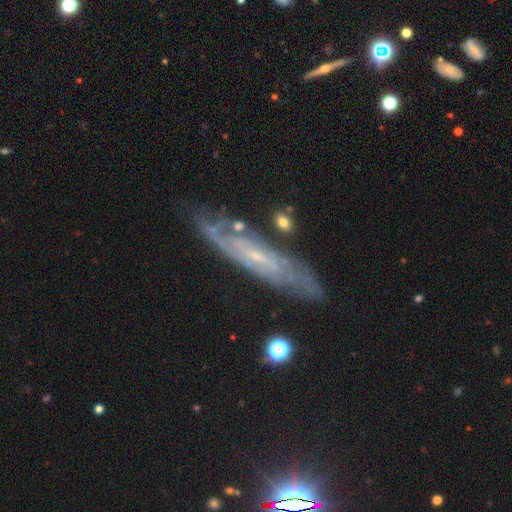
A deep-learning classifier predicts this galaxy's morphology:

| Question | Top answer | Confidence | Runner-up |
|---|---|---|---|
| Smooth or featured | featured or disk | 76% | smooth (15%) |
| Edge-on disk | no | 60% | yes (40%) |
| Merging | none | 77% | minor disturbance (16%) |